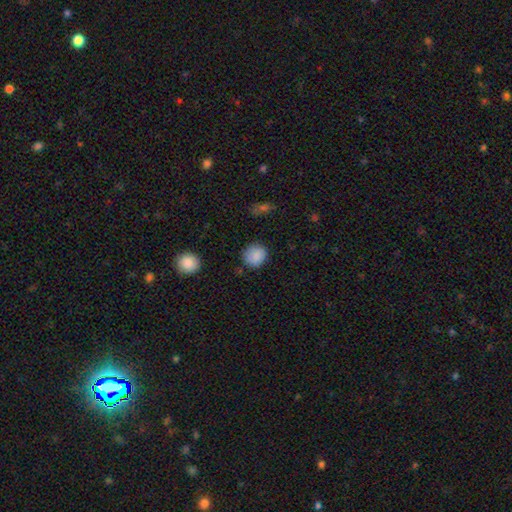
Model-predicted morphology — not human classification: The model was most divided on "merging": none: 82%, minor disturbance: 13%, major disturbance: 3%, merger: 2%. More confident: smooth or featured — smooth (87%); how rounded — round (86%).